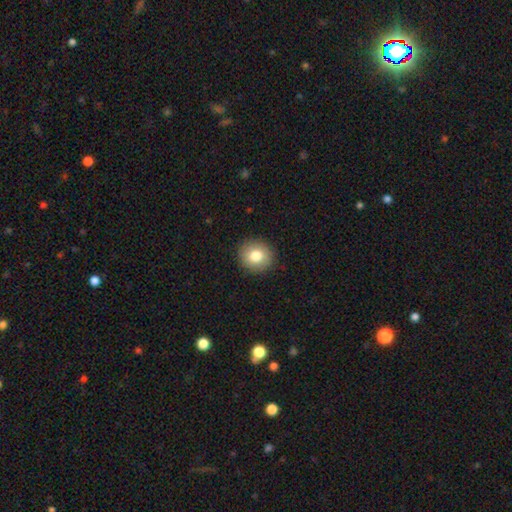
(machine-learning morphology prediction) Smooth or featured?
  - smooth: 80% *
  - featured or disk: 11%
  - star or artifact: 9%
How rounded?
  - round: 86% *
  - in between: 13%
  - cigar-shaped: 1%
Merging?
  - none: 91% *
  - minor disturbance: 6%
  - major disturbance: 2%
  - merger: 1%